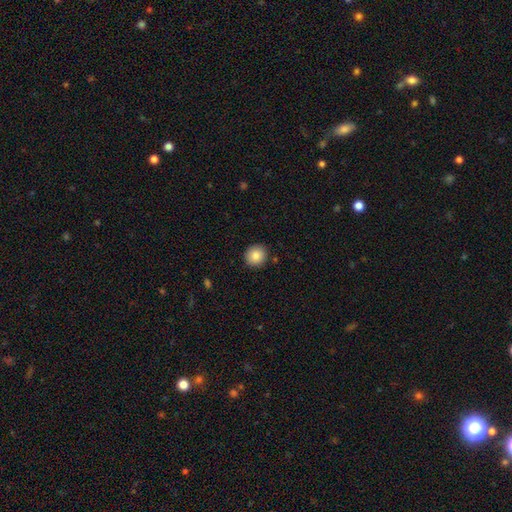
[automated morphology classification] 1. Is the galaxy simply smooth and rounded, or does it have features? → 85% smooth, 9% star or artifact, 6% featured or disk.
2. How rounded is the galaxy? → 92% round, 7% in between, 1% cigar-shaped.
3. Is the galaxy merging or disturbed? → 91% none, 6% minor disturbance, 2% major disturbance, 1% merger.